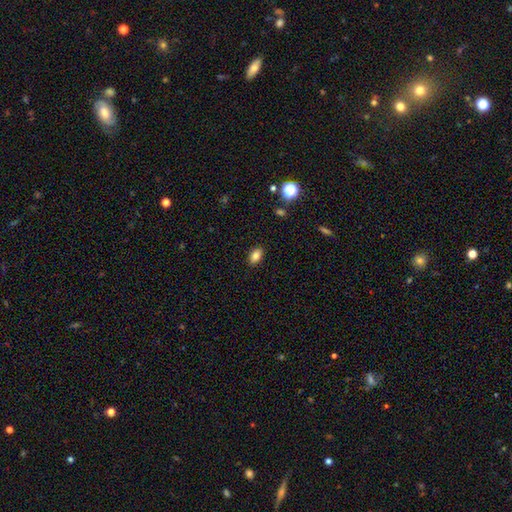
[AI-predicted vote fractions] Overall: smooth (81%). How rounded: in between (87%). Merging: none (88%).